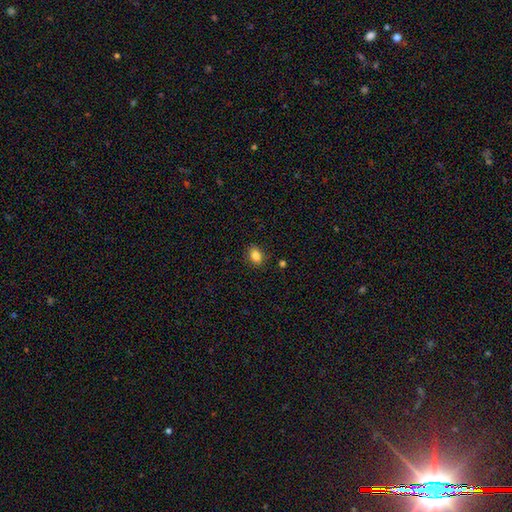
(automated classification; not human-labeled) Morphology: type=smooth (85%); roundness=in between (76%); merging=none (88%).